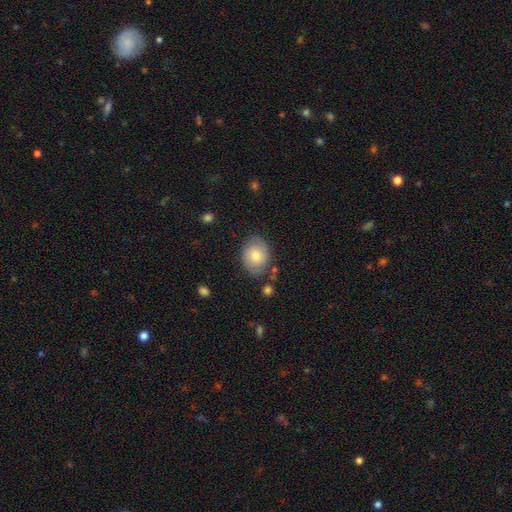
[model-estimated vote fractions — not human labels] This appears to be a smooth galaxy with no disk features (68%) that is in between round and cigar-shaped (57%). Merging: none (79%).